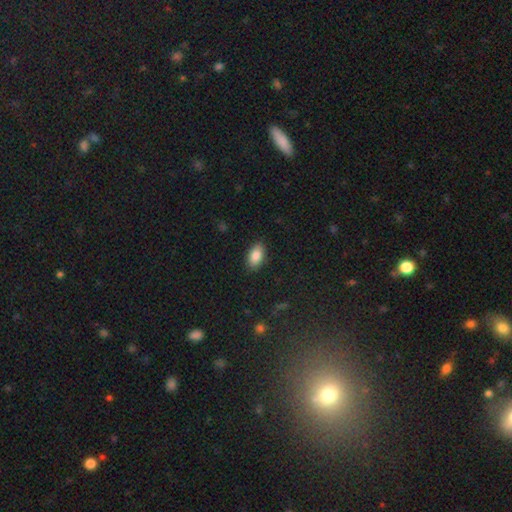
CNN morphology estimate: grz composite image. It shows a smooth galaxy with no disk features (87%) that is in between round and cigar-shaped (93%). Merging: none (88%).